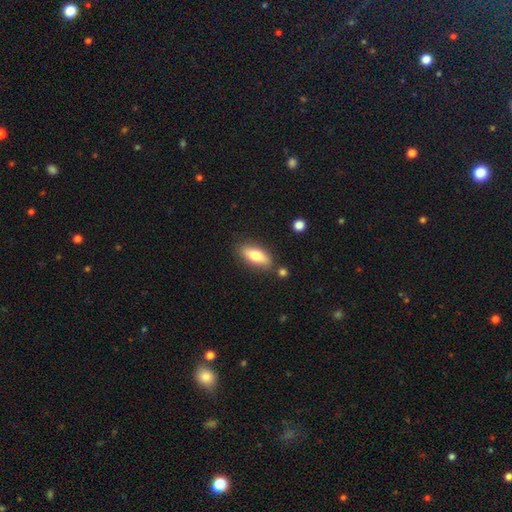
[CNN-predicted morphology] Q: Smooth or featured?
A: smooth (73%); runner-up: featured or disk (20%)
Q: How rounded?
A: in between (73%); runner-up: cigar-shaped (24%)
Q: Merging?
A: none (80%); runner-up: minor disturbance (12%)